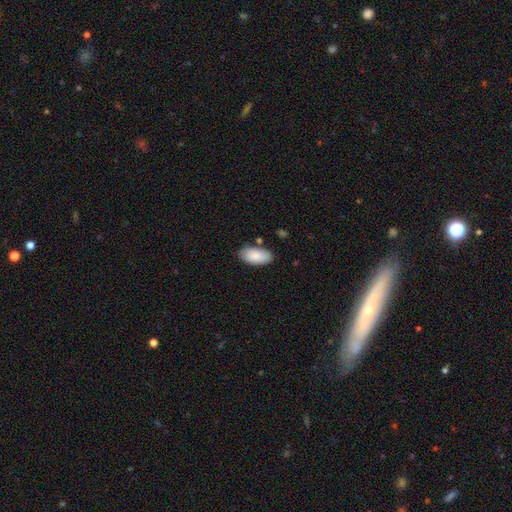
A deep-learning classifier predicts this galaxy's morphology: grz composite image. It shows a smooth galaxy with no disk features (86%) that is in between round and cigar-shaped (94%). Merging: none (78%).